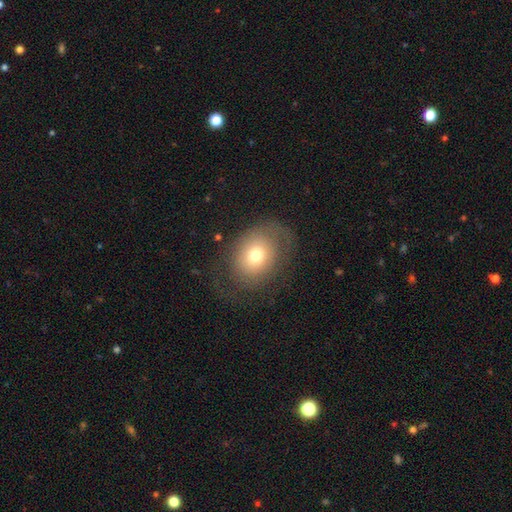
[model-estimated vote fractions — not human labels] smooth-or-featured: smooth: 59% | featured or disk: 31% | star or artifact: 10%
  how-rounded: in between: 54% | round: 45% | cigar-shaped: 1%
  merging: none: 60% | major disturbance: 20% | minor disturbance: 19% | merger: 1%